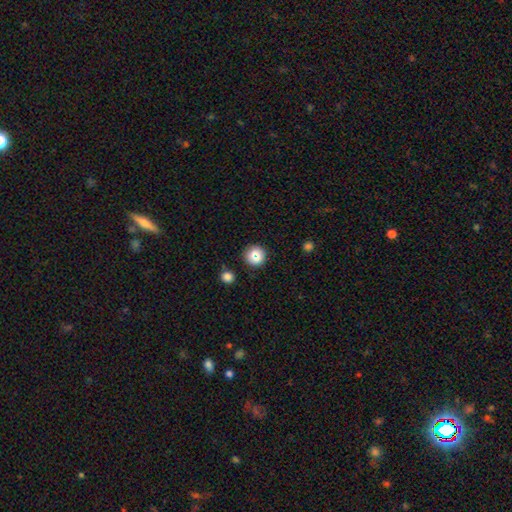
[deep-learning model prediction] smooth 75%, star or artifact 17%, featured or disk 8%. Down the decision tree: how rounded — round (93%); merging — none (86%).